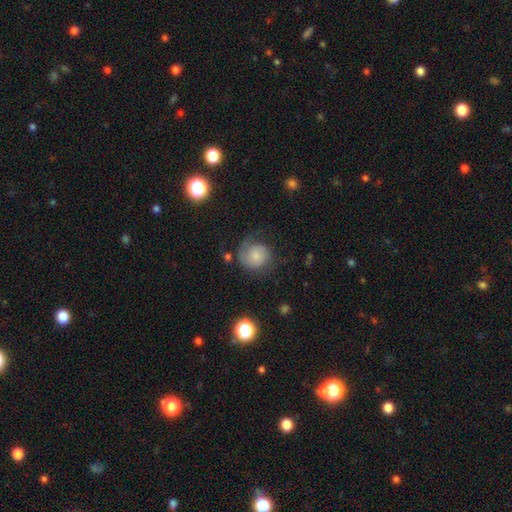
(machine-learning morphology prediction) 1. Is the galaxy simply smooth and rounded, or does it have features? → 48% smooth, 42% featured or disk, 10% star or artifact.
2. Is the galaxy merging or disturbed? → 50% none, 25% major disturbance, 23% minor disturbance, 3% merger.